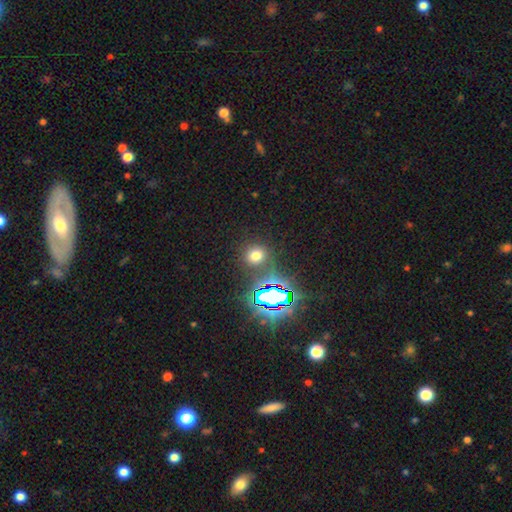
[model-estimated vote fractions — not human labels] Smooth or featured?
  - smooth: 62% *
  - star or artifact: 30%
  - featured or disk: 7%
How rounded?
  - round: 79% *
  - in between: 19%
  - cigar-shaped: 1%
Merging?
  - none: 82% *
  - minor disturbance: 9%
  - merger: 5%
  - major disturbance: 4%